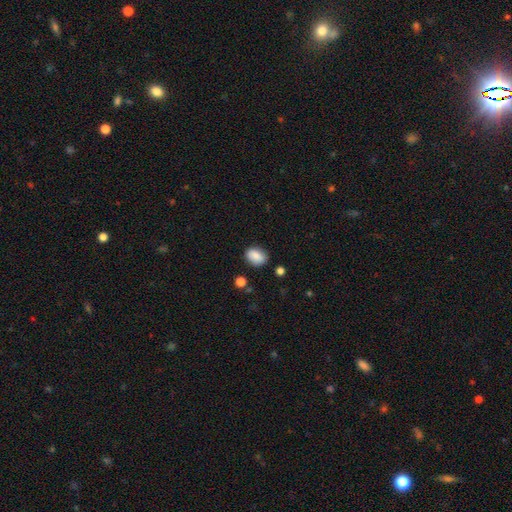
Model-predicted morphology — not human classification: A smooth galaxy with no disk features (81%) that is in between round and cigar-shaped (71%).

Vote fractions:
- Smooth or featured? smooth: 81% / featured or disk: 11% / star or artifact: 8%
- How rounded? in between: 71% / round: 27% / cigar-shaped: 1%
- Merging? none: 81% / minor disturbance: 14% / major disturbance: 3% / merger: 3%